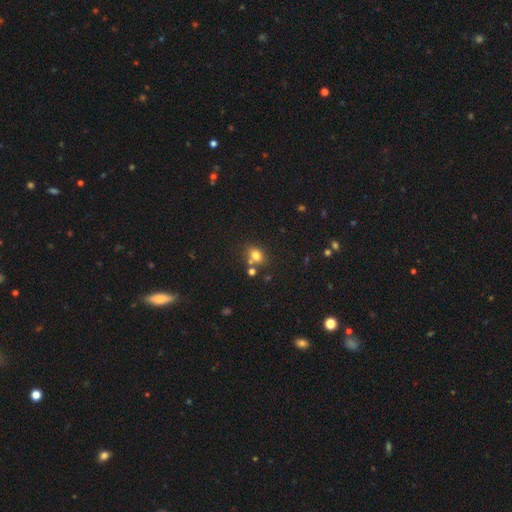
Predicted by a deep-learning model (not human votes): Smooth or featured?
  - smooth: 77% *
  - star or artifact: 15%
  - featured or disk: 9%
How rounded?
  - round: 53% *
  - in between: 46%
  - cigar-shaped: 1%
Merging?
  - none: 66% *
  - merger: 18%
  - minor disturbance: 12%
  - major disturbance: 4%